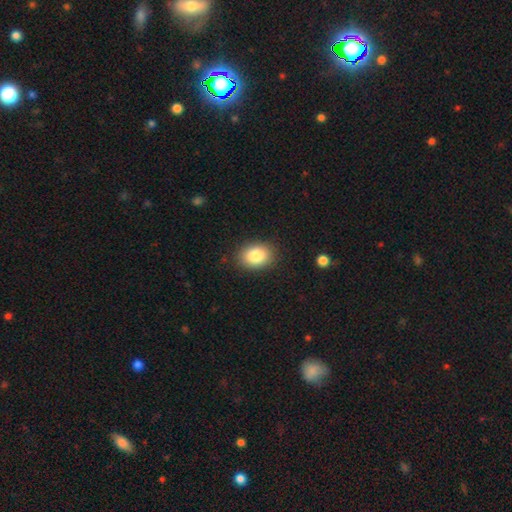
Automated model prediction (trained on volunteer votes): smooth 84%, star or artifact 8%, featured or disk 7%. Down the decision tree: how rounded — in between (68%); merging — none (87%).